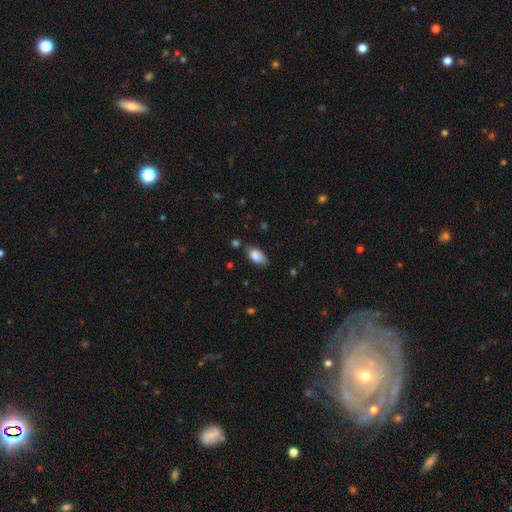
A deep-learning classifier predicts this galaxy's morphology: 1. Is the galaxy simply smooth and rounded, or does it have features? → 85% smooth, 7% featured or disk, 7% star or artifact.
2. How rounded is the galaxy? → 93% in between, 4% round, 3% cigar-shaped.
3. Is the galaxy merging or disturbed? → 72% none, 21% minor disturbance, 4% major disturbance, 3% merger.